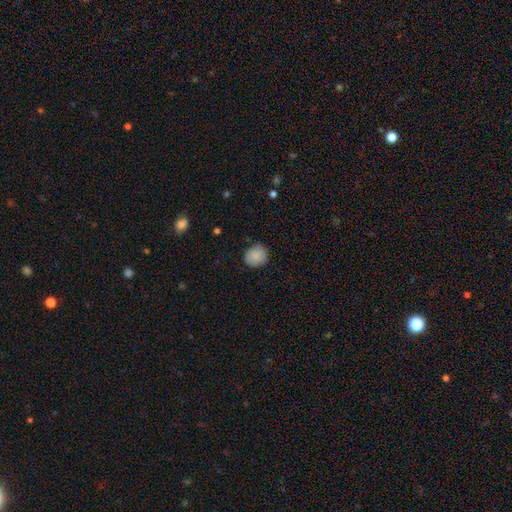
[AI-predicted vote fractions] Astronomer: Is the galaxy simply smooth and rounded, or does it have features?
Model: smooth — 86%.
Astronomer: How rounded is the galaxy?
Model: round — 81%.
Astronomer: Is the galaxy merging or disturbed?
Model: none — 84%.